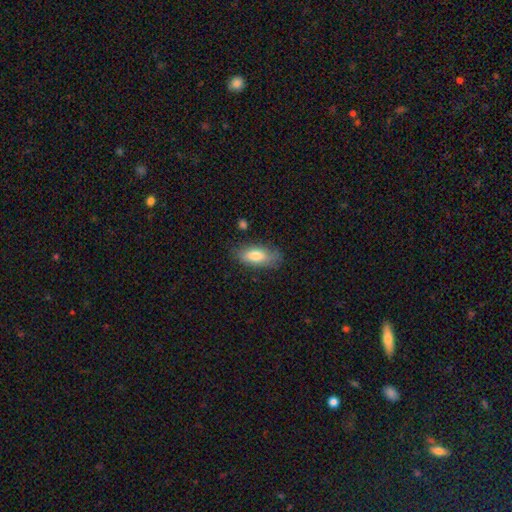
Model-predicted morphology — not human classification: Smooth or featured: smooth — 77% (featured or disk — 16%)
How rounded: in between — 81% (cigar-shaped — 16%)
Merging: none — 73% (minor disturbance — 20%)